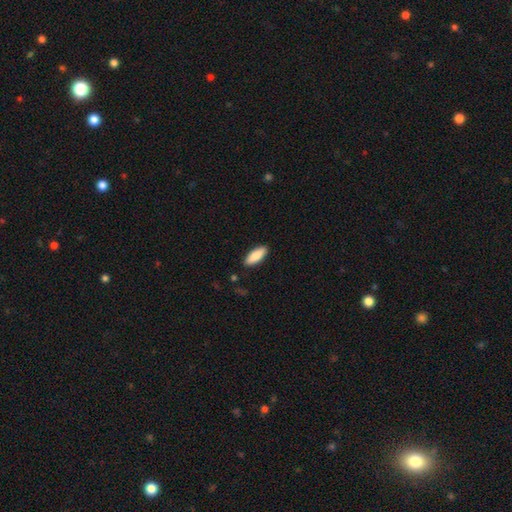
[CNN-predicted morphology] Q: Smooth or featured?
A: smooth (84%); runner-up: featured or disk (11%)
Q: How rounded?
A: in between (67%); runner-up: cigar-shaped (31%)
Q: Merging?
A: none (89%); runner-up: minor disturbance (8%)